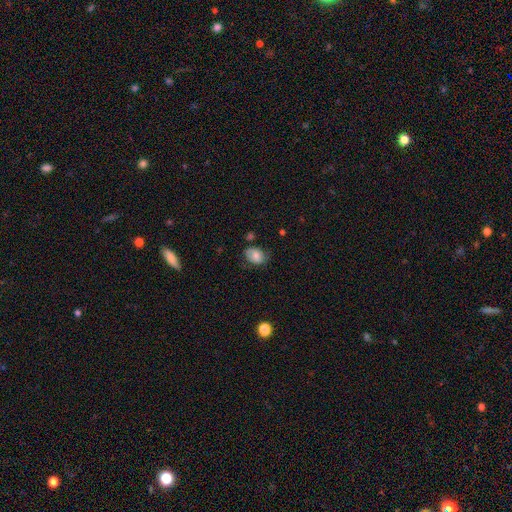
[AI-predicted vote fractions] A smooth galaxy with no disk features (62%) that is in between round and cigar-shaped (64%). Merging: none (64%).